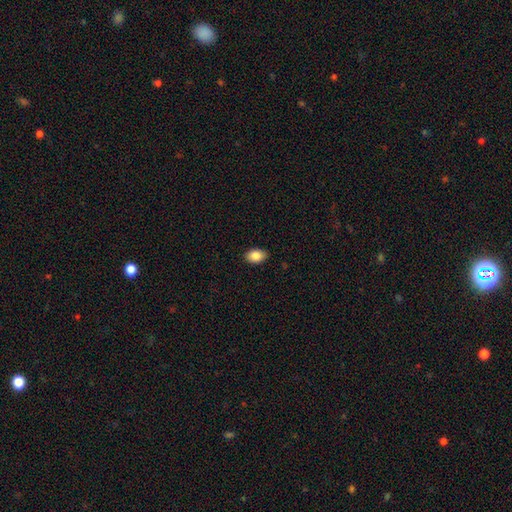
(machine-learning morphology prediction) This is clearly a smooth galaxy (85%). How rounded: clearly in between (84%). Merging: clearly none (88%).